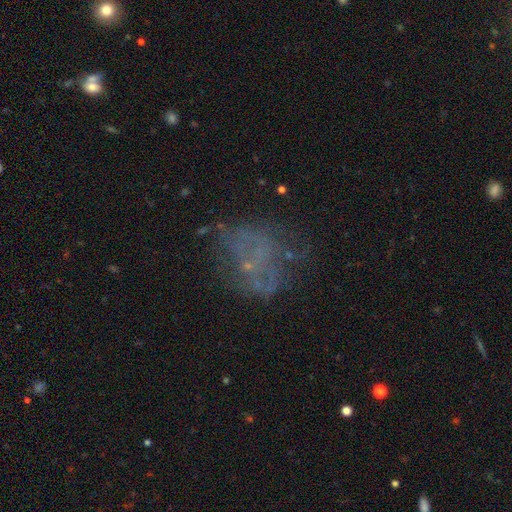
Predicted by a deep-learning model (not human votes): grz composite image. It shows a featured or disk galaxy (46%). Merging: none (53%).